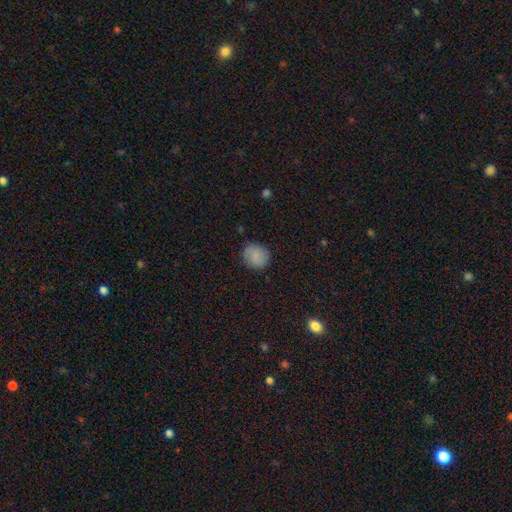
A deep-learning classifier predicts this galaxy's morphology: Q: Smooth or featured?
A: smooth (80%); runner-up: featured or disk (12%)
Q: How rounded?
A: round (85%); runner-up: in between (14%)
Q: Merging?
A: none (83%); runner-up: minor disturbance (13%)